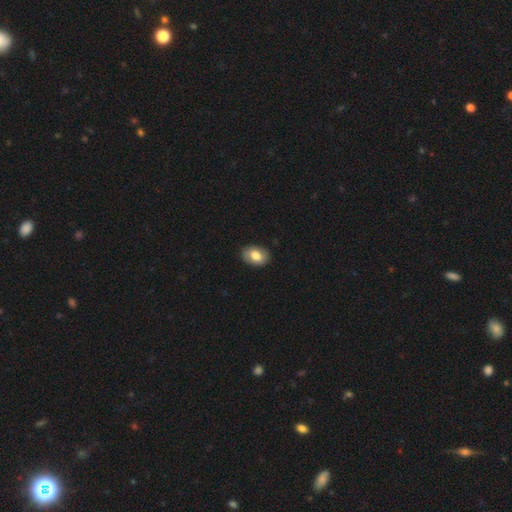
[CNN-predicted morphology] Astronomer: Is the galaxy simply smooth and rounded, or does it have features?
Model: smooth — 80%.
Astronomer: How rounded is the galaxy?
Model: in between — 84%.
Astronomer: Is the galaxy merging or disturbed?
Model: none — 89%.